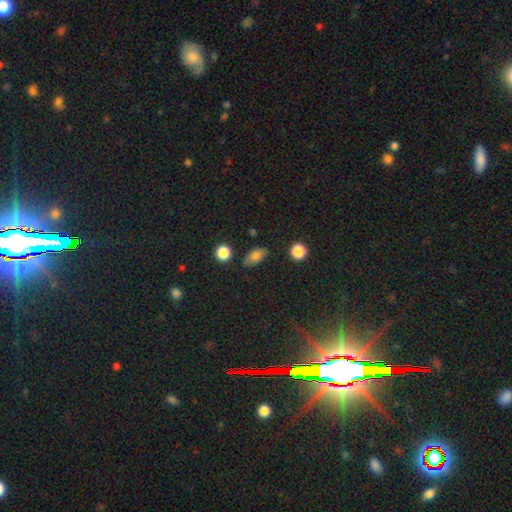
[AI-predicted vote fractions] Smooth or featured: smooth — 80% (star or artifact — 10%)
How rounded: in between — 82% (round — 9%)
Merging: none — 80% (minor disturbance — 15%)